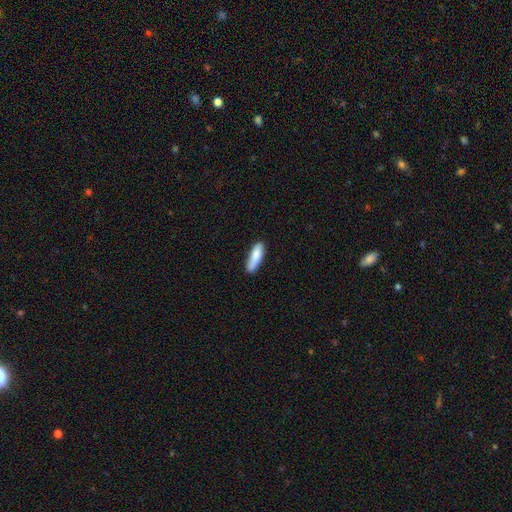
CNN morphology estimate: A smooth galaxy with no disk features (85%) that is cigar-shaped (60%). Merging: none (76%).